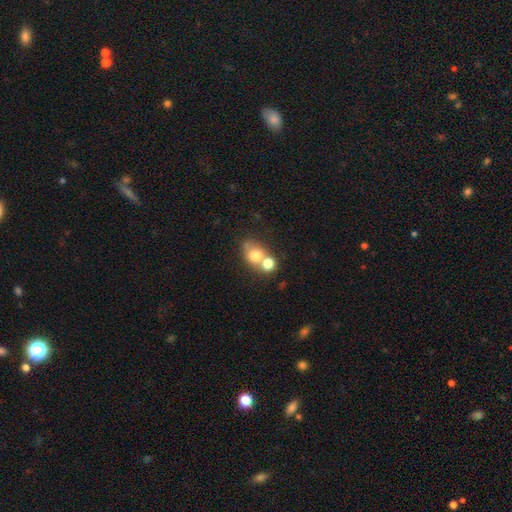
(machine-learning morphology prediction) This is likely a smooth galaxy (72%). How rounded: likely round (62%). Merging: possibly merger (57%).